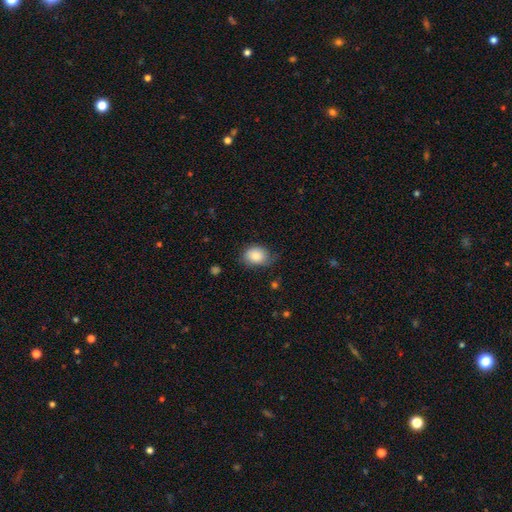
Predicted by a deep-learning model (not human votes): This appears to be a smooth galaxy with no disk features (84%) that is in between round and cigar-shaped (62%). Merging: none (63%).